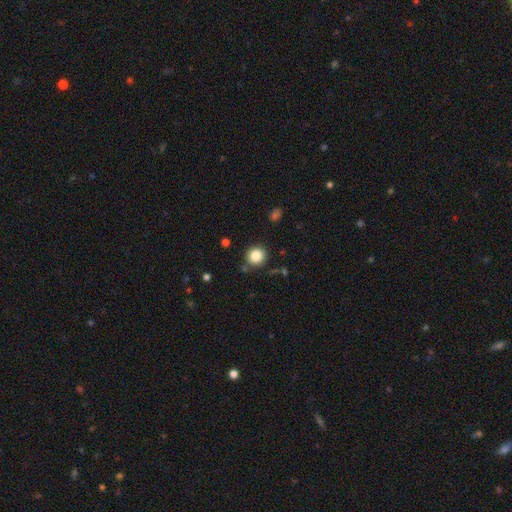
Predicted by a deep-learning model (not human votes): Smooth or featured?
  - smooth: 85% *
  - star or artifact: 10%
  - featured or disk: 5%
How rounded?
  - round: 91% *
  - in between: 8%
  - cigar-shaped: 1%
Merging?
  - none: 85% *
  - minor disturbance: 9%
  - merger: 4%
  - major disturbance: 3%